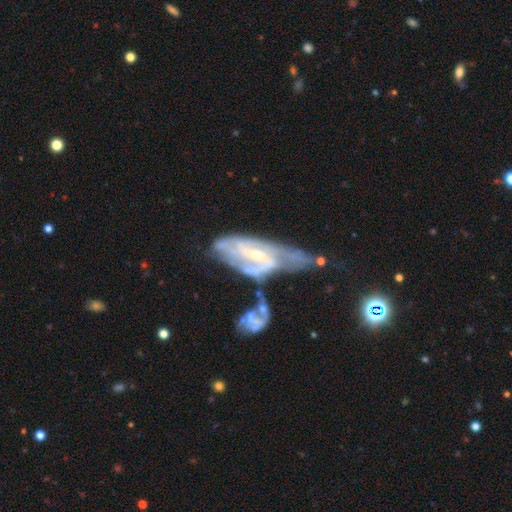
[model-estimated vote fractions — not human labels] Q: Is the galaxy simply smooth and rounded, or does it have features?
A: featured or disk — 81%.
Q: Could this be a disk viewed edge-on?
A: no — 91%.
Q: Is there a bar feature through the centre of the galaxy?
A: weak — 46%.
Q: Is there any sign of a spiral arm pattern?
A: yes — 86%.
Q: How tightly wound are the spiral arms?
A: medium — 42%.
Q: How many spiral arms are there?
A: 2 — 46%.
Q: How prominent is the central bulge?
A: small — 58%.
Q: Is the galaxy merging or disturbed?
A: merger — 29%.